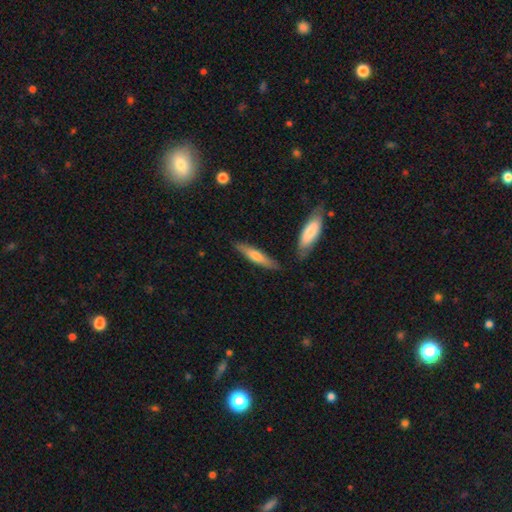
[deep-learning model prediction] This is possibly a smooth galaxy (57%). How rounded: clearly cigar-shaped (83%). Merging: clearly none (82%).